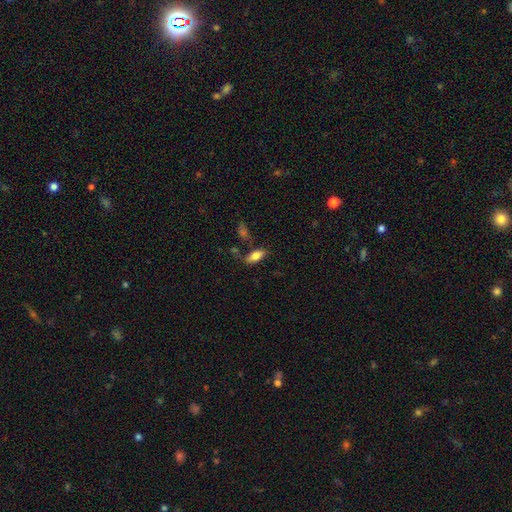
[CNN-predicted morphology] smooth_or_featured: smooth (p=0.76) [alt: featured or disk p=0.16]
how_rounded: in between (p=0.83) [alt: cigar-shaped p=0.14]
merging: none (p=0.68) [alt: minor disturbance p=0.17]